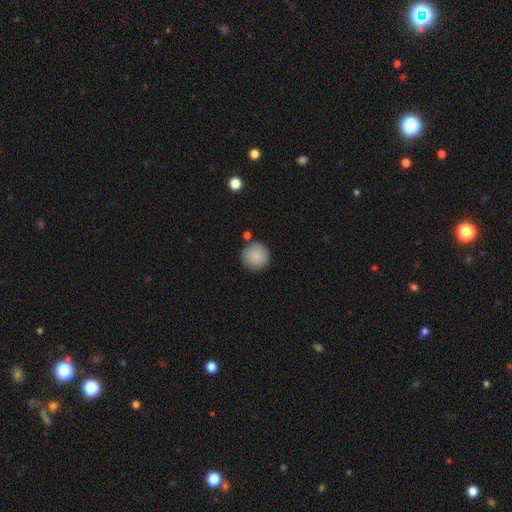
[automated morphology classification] smooth 88%, star or artifact 7%, featured or disk 5%. Down the decision tree: how rounded — round (96%); merging — none (87%).